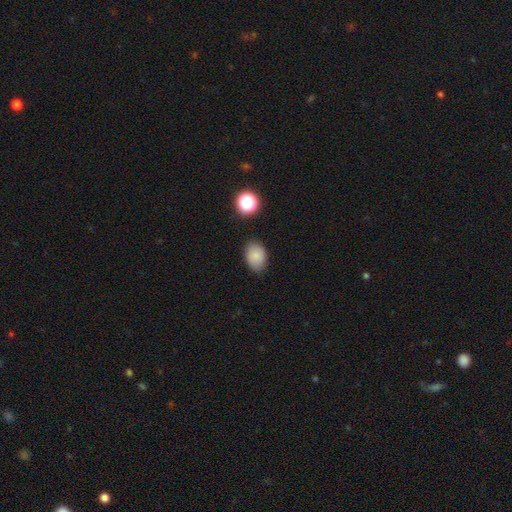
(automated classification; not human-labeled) smooth-or-featured: smooth: 83% | star or artifact: 10% | featured or disk: 7%
  how-rounded: in between: 77% | round: 21% | cigar-shaped: 1%
  merging: none: 82% | minor disturbance: 13% | major disturbance: 3% | merger: 2%